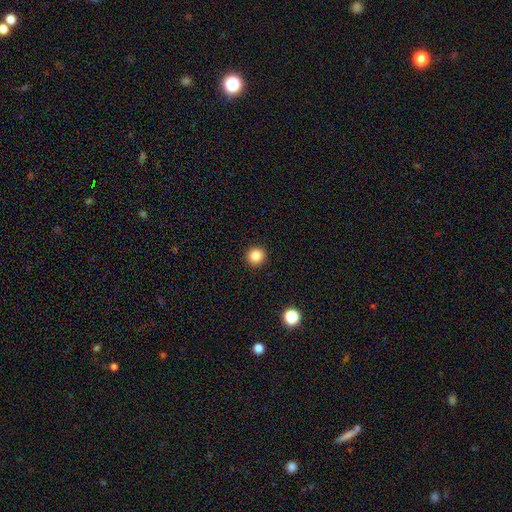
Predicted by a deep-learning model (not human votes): smooth-or-featured: smooth: 85% | star or artifact: 11% | featured or disk: 4%
  how-rounded: round: 94% | in between: 5% | cigar-shaped: 1%
  merging: none: 93% | minor disturbance: 4% | major disturbance: 2% | merger: 1%